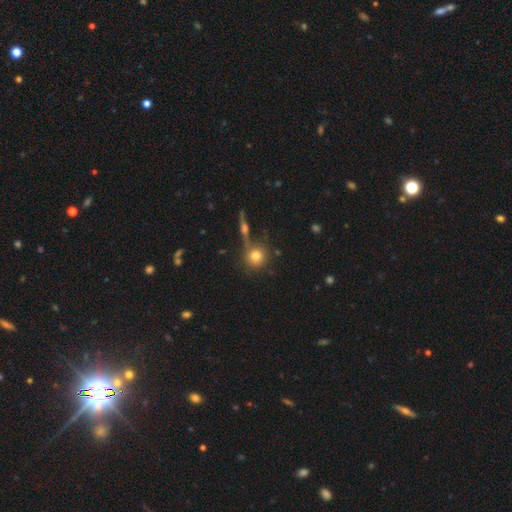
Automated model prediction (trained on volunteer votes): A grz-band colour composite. It shows a smooth galaxy with no disk features (75%) that is round (90%). Merging: none (67%).